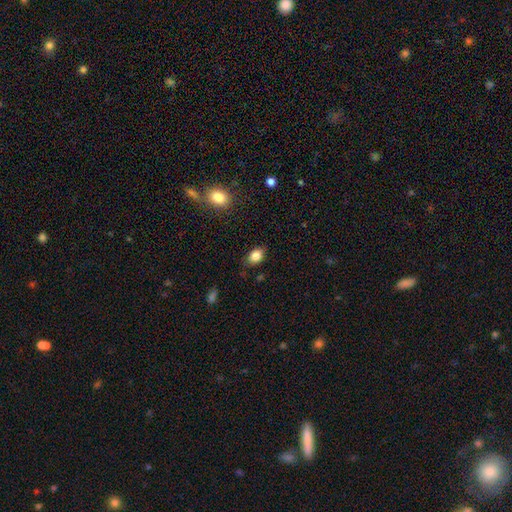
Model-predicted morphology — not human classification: This is clearly a smooth galaxy (84%). How rounded: likely in between (78%). Merging: clearly none (81%).